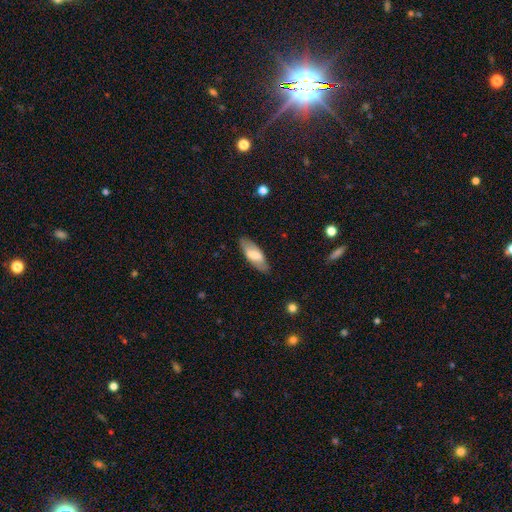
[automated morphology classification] Overall: smooth (60%; featured or disk 33%). How rounded: in between (72%). Merging: none (82%).